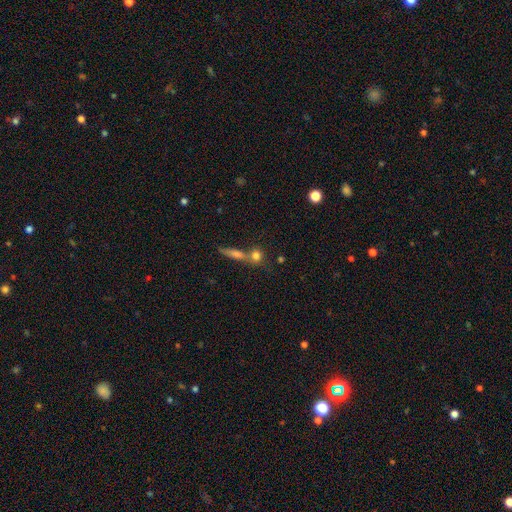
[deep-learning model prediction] A smooth galaxy with no disk features (73%) that is round (69%). Merging: none (50%).